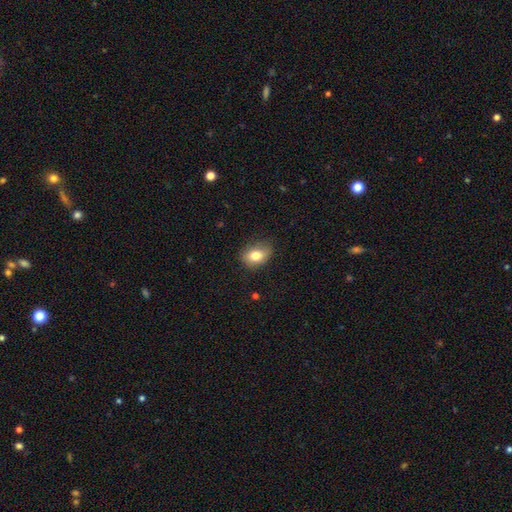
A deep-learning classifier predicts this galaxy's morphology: smooth_or_featured: smooth (p=0.79) [alt: featured or disk p=0.11]
how_rounded: in between (p=0.71) [alt: round p=0.27]
merging: none (p=0.72) [alt: minor disturbance p=0.22]